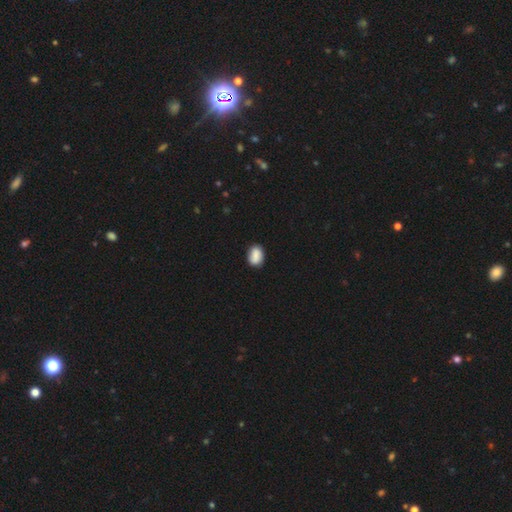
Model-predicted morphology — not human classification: Overall: smooth (88%). How rounded: in between (78%). Merging: none (83%).